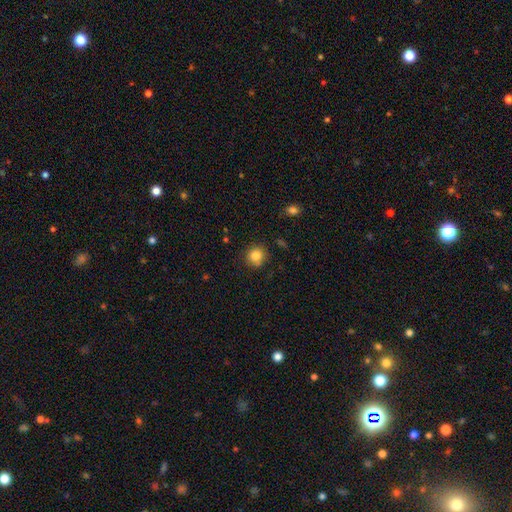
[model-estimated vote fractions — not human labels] Q: Smooth or featured?
A: smooth (83%); runner-up: star or artifact (11%)
Q: How rounded?
A: round (89%); runner-up: in between (10%)
Q: Merging?
A: none (82%); runner-up: minor disturbance (12%)